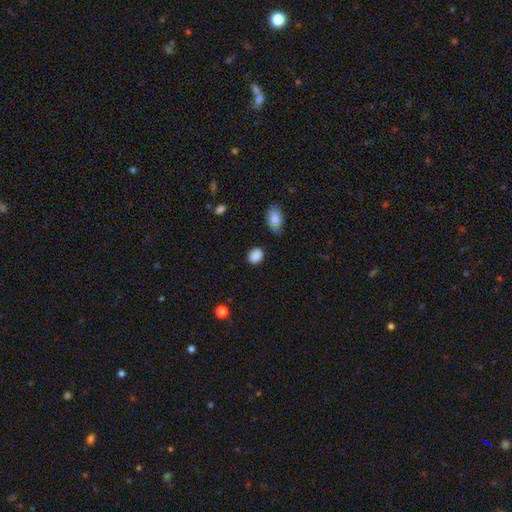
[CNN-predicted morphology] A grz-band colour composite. It shows a smooth galaxy with no disk features (87%) that is round (53%). Merging: none (83%).